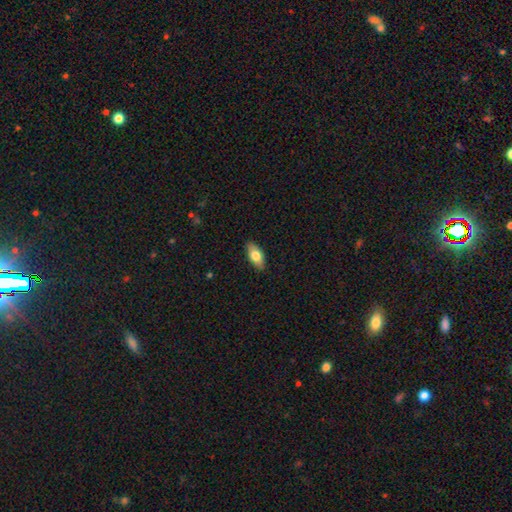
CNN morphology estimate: smooth-or-featured: smooth: 76% | featured or disk: 18% | star or artifact: 6%
  how-rounded: in between: 88% | cigar-shaped: 9% | round: 3%
  merging: none: 89% | minor disturbance: 9% | major disturbance: 2% | merger: 1%